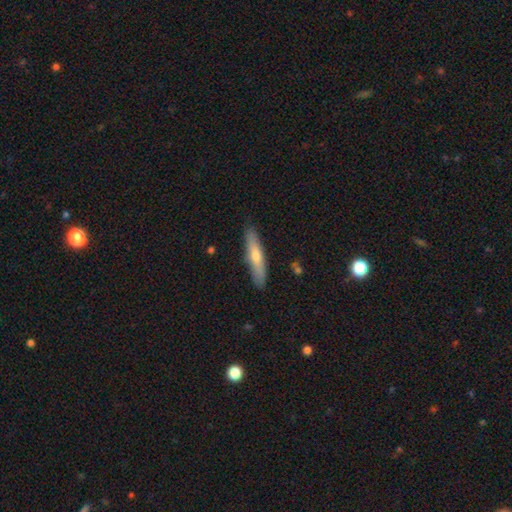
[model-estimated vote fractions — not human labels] A smooth galaxy with no disk features (59%) that is cigar-shaped (86%).

Vote fractions:
- Smooth or featured? smooth: 59% / featured or disk: 36% / star or artifact: 6%
- How rounded? cigar-shaped: 86% / in between: 13% / round: 2%
- Merging? none: 87% / minor disturbance: 10% / major disturbance: 2% / merger: 1%